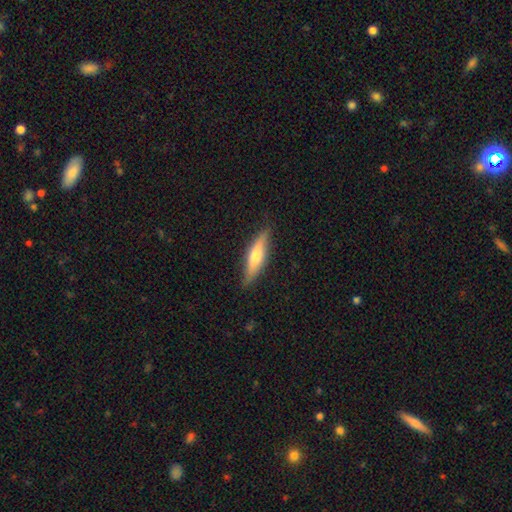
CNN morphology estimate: A smooth galaxy with no disk features (49%).

Vote fractions:
- Smooth or featured? smooth: 49% / featured or disk: 45% / star or artifact: 6%
- Merging? none: 85% / minor disturbance: 11% / major disturbance: 2% / merger: 1%